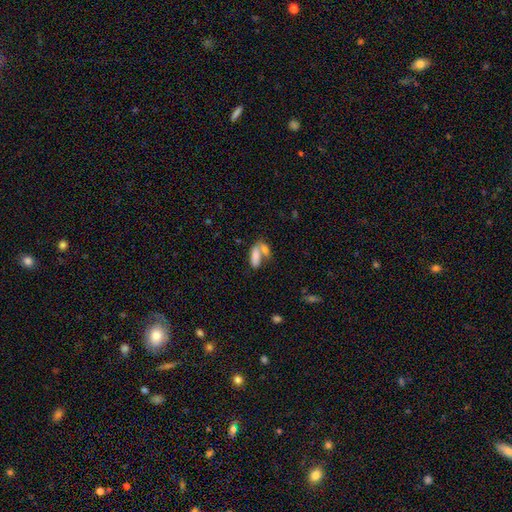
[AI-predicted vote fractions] The model was most divided on "merging": merger: 59%, none: 28%, minor disturbance: 8%, major disturbance: 5%. More confident: smooth or featured — smooth (79%); how rounded — in between (75%).